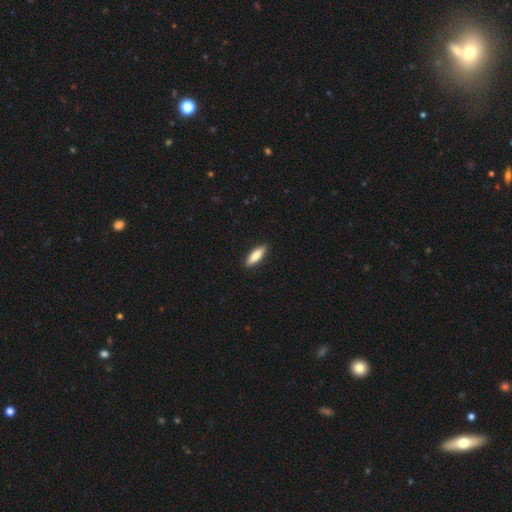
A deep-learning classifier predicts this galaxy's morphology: smooth-or-featured: smooth: 81% | featured or disk: 13% | star or artifact: 5%
  how-rounded: in between: 49% (tied) | cigar-shaped: 49% (tied) | round: 2%
  merging: none: 90% | minor disturbance: 7% | major disturbance: 2% | merger: 1%